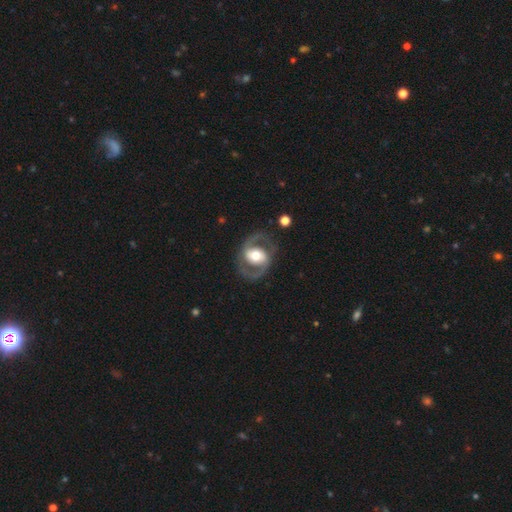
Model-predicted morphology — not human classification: A featured or disk galaxy (82%) with no bar (43%), 2 (92%) medium (56%) spiral arms (84%) and a moderate central bulge (58%).

Vote fractions:
- Smooth or featured? featured or disk: 82% / smooth: 13% / star or artifact: 5%
- Edge-on disk? no: 97% / yes: 3%
- Bar? no: 43% / weak: 34% / strong: 23%
- Spiral arms? yes: 84% / no: 16%
- Spiral winding? medium: 56% / loose: 23% / tight: 21%
- Spiral arm count? 2: 92% / can't tell: 3% / 1: 2% / 3: 1% / 4: 1% / more than 4: 1%
- Bulge size? moderate: 58% / large: 32% / small: 6% / dominant: 3% / none: 1%
- Merging? none: 81% / minor disturbance: 11% / major disturbance: 7% / merger: 1%